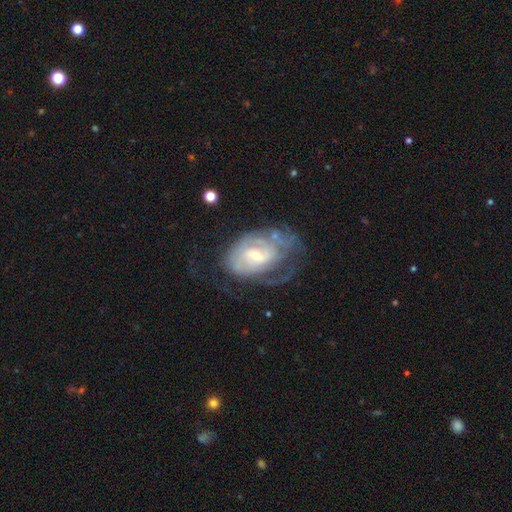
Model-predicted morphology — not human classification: Q: Smooth or featured?
A: featured or disk (79%); runner-up: smooth (14%)
Q: Edge-on disk?
A: no (96%); runner-up: yes (4%)
Q: Bar?
A: weak (50%); runner-up: no (38%)
Q: Spiral arms?
A: yes (86%); runner-up: no (14%)
Q: Spiral winding?
A: tight (57%); runner-up: medium (31%)
Q: Spiral arm count?
A: can't tell (45%); runner-up: 2 (31%)
Q: Bulge size?
A: small (56%); runner-up: moderate (39%)
Q: Merging?
A: none (44%); runner-up: major disturbance (27%)